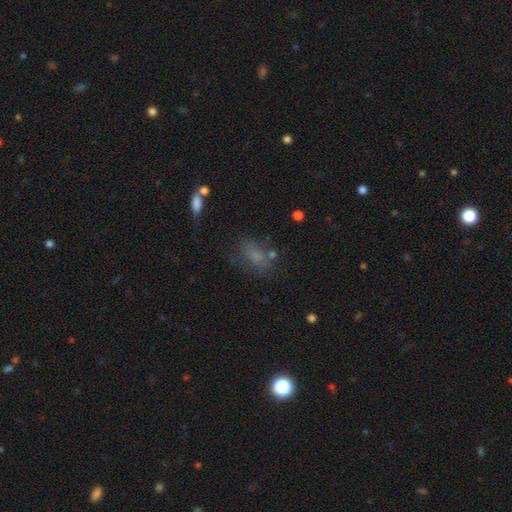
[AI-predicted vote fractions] smooth-or-featured: smooth: 65% | featured or disk: 18% | star or artifact: 17%
  how-rounded: in between: 76% | round: 20% | cigar-shaped: 4%
  merging: none: 56% | minor disturbance: 21% | major disturbance: 16% | merger: 7%